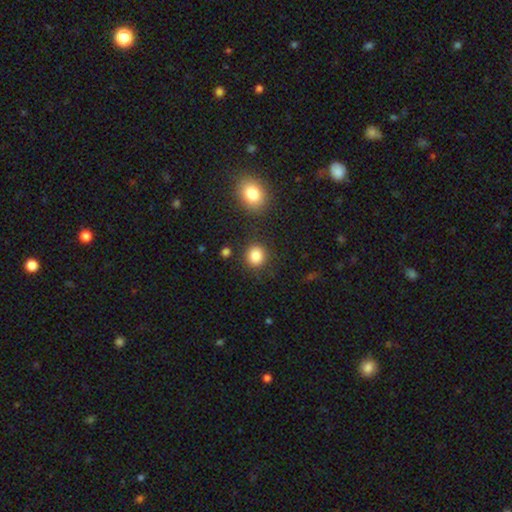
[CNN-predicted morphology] smooth 86%, star or artifact 10%, featured or disk 4%. Down the decision tree: how rounded — round (86%); merging — none (85%).